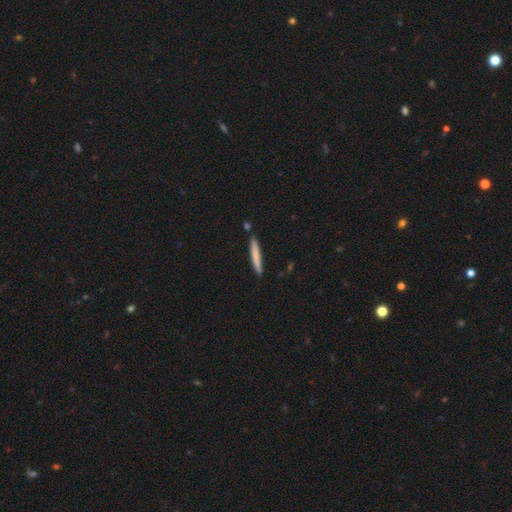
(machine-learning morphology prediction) Q: Smooth or featured?
A: smooth (74%); runner-up: featured or disk (21%)
Q: How rounded?
A: cigar-shaped (95%); runner-up: in between (3%)
Q: Merging?
A: none (84%); runner-up: minor disturbance (10%)